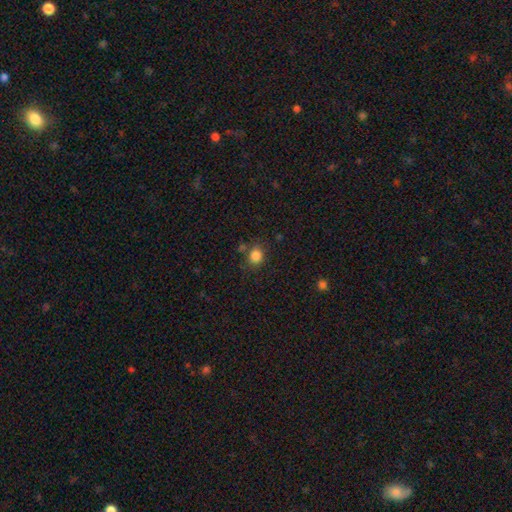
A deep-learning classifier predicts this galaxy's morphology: This is clearly a smooth galaxy (84%). How rounded: likely round (68%). Merging: likely none (75%).